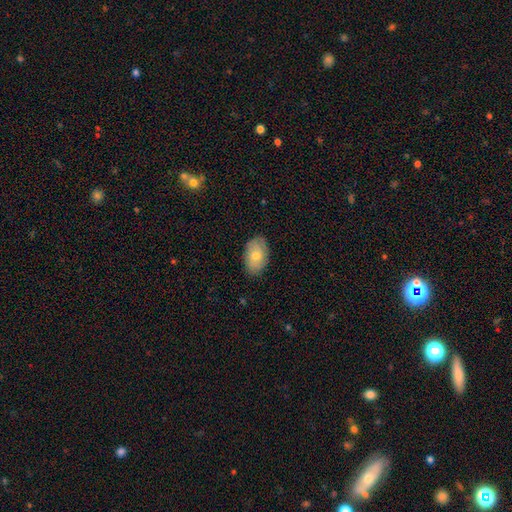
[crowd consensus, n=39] smooth_or_featured: smooth (p=0.82) [alt: featured or disk p=0.18]
how_rounded: in between (p=0.88) [alt: round p=0.12]
merging: none (p=0.79) [alt: minor disturbance p=0.18]